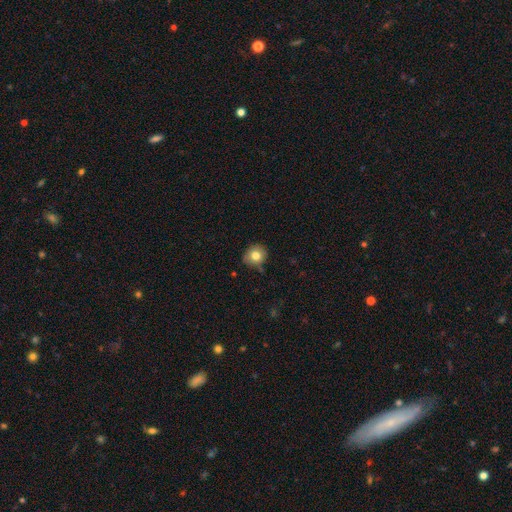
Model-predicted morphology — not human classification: This appears to be a smooth galaxy with no disk features (79%) that is round (81%). Merging: none (75%).